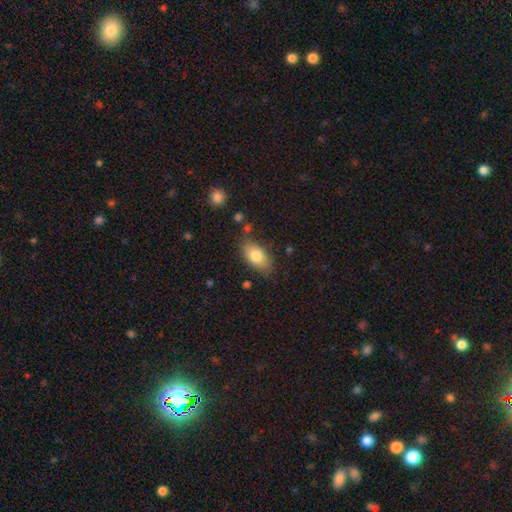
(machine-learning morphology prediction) type=smooth (79%); roundness=in between (91%); merging=none (78%).